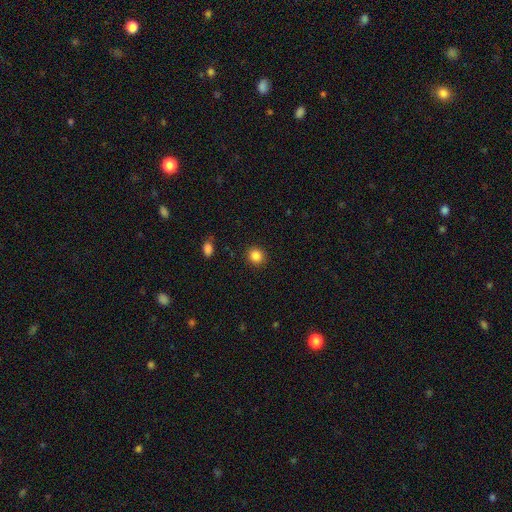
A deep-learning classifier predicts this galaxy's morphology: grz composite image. It shows a smooth galaxy with no disk features (85%) that is round (85%). Merging: none (91%).